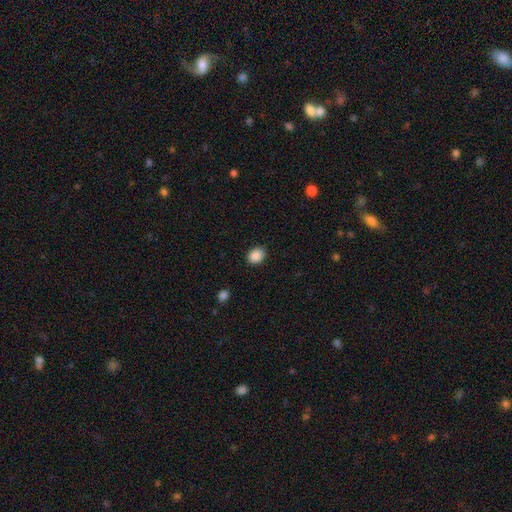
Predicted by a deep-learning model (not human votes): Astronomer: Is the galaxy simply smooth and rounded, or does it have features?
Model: smooth — 88%.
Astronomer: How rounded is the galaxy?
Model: in between — 53% (runner-up: round, 46%).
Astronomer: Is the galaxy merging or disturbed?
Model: none — 88%.